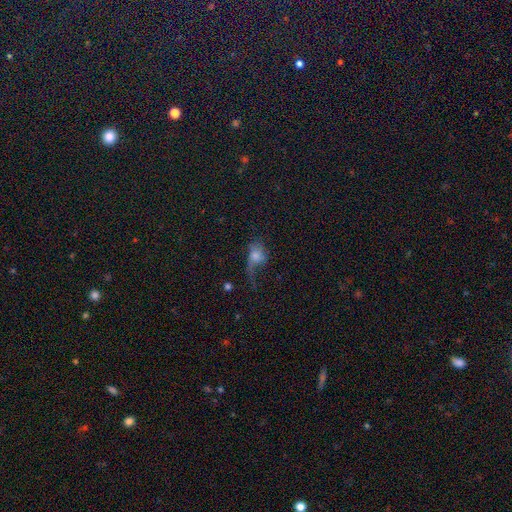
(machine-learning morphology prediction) smooth_or_featured: smooth (p=0.45) [alt: featured or disk p=0.39]
merging: major disturbance (p=0.47) [alt: none p=0.27]